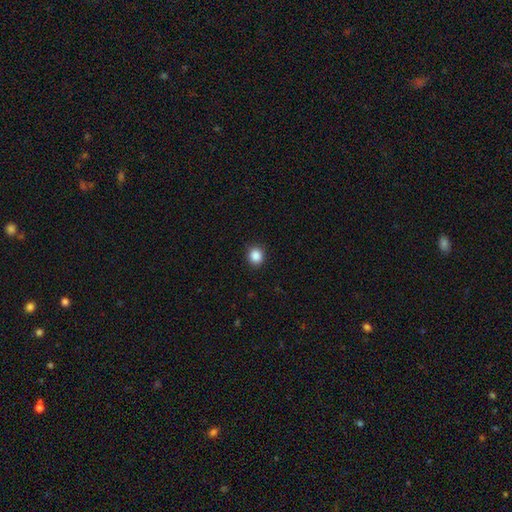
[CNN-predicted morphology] smooth 88%, star or artifact 10%, featured or disk 3%. Down the decision tree: how rounded — round (83%); merging — none (90%).